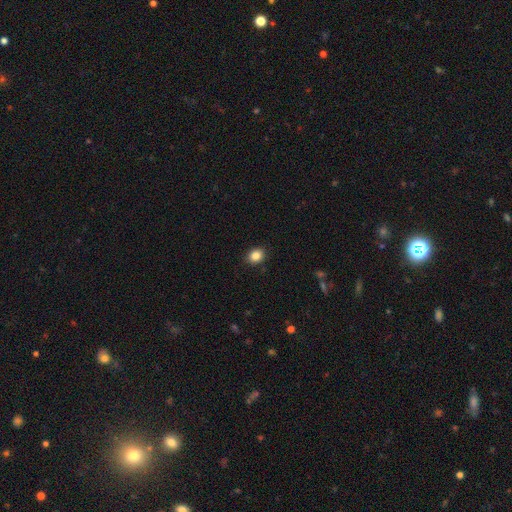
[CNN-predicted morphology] type=smooth (85%); roundness=round (52%); merging=none (89%).